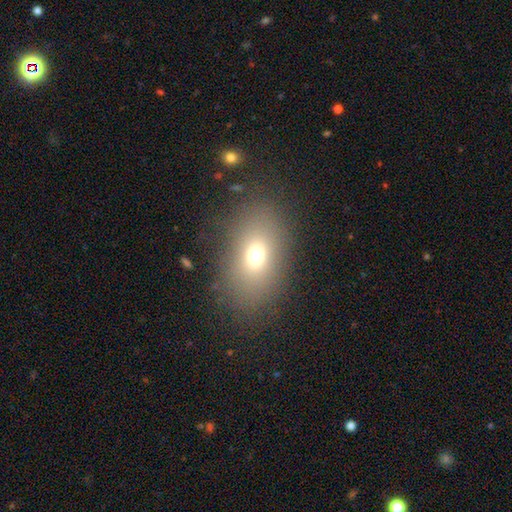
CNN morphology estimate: type=smooth (68%); roundness=in between (76%); merging=none (80%).